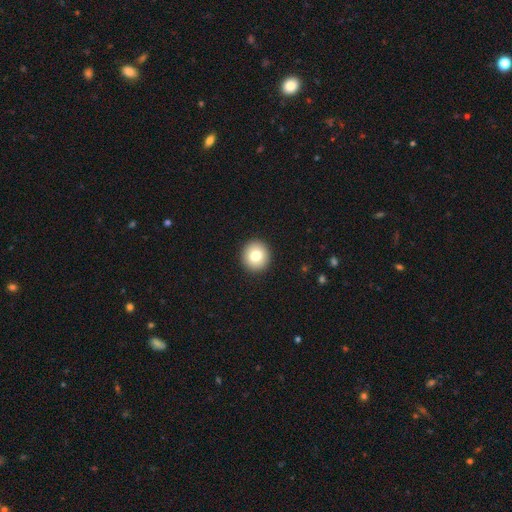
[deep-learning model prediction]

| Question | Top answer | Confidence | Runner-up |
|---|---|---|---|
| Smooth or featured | smooth | 78% | featured or disk (12%) |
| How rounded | round | 93% | in between (6%) |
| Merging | none | 93% | minor disturbance (5%) |